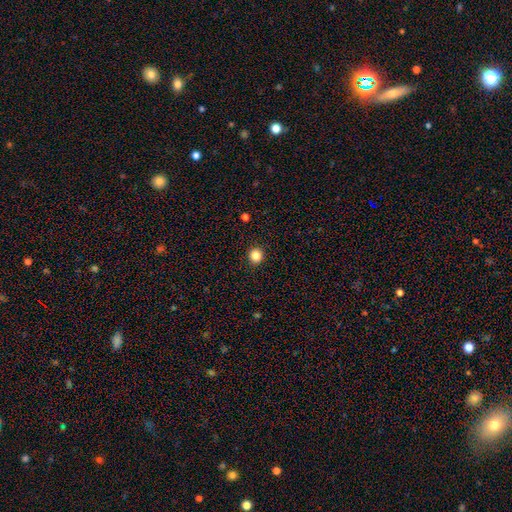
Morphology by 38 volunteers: This appears to be a smooth galaxy with no disk features (92%) that is round (83%). Merging: none (86%).